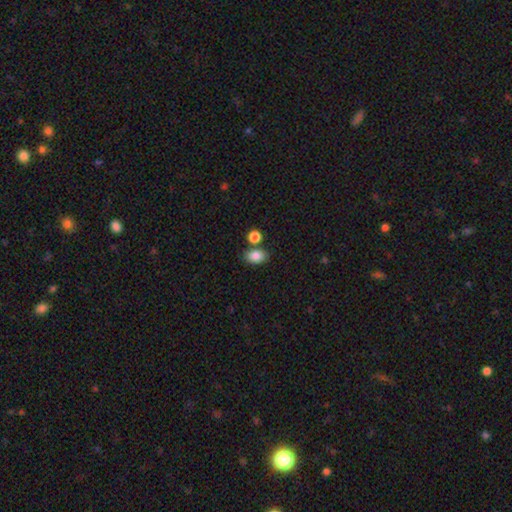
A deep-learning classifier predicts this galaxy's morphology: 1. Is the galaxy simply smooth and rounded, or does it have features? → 85% smooth, 9% star or artifact, 6% featured or disk.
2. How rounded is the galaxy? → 81% in between, 18% round, 1% cigar-shaped.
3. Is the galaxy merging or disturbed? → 74% none, 13% merger, 10% minor disturbance, 3% major disturbance.